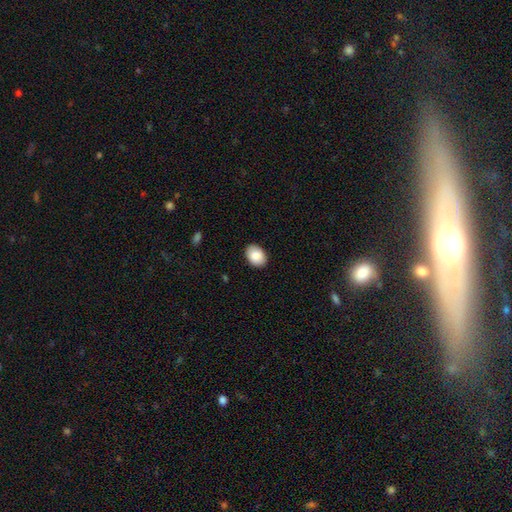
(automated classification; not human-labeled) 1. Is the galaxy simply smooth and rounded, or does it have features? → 88% smooth, 7% star or artifact, 6% featured or disk.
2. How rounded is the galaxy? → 76% in between, 23% round, 1% cigar-shaped.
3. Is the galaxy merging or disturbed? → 89% none, 8% minor disturbance, 2% major disturbance, 1% merger.